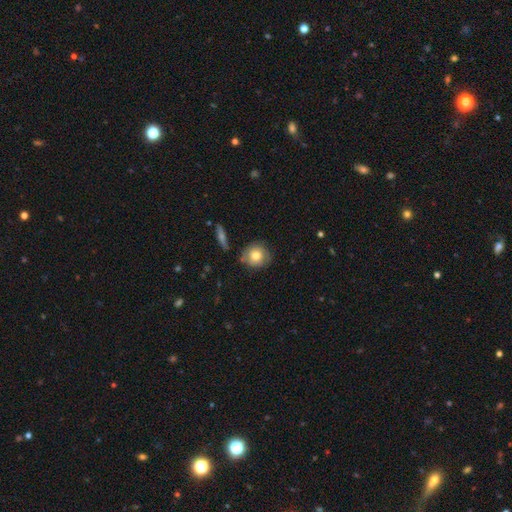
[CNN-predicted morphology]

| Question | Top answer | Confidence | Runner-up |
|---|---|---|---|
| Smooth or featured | smooth | 73% | featured or disk (20%) |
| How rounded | round | 87% | in between (12%) |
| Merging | none | 74% | minor disturbance (18%) |